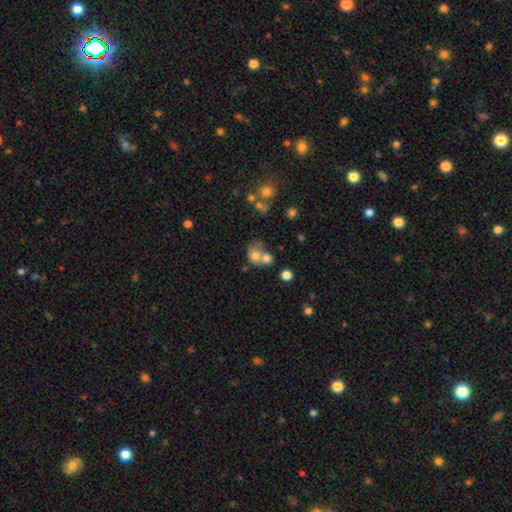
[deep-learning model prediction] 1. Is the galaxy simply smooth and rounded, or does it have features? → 66% smooth, 22% featured or disk, 12% star or artifact.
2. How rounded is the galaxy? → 62% round, 37% in between, 1% cigar-shaped.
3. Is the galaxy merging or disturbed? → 56% merger, 27% none, 10% minor disturbance, 7% major disturbance.